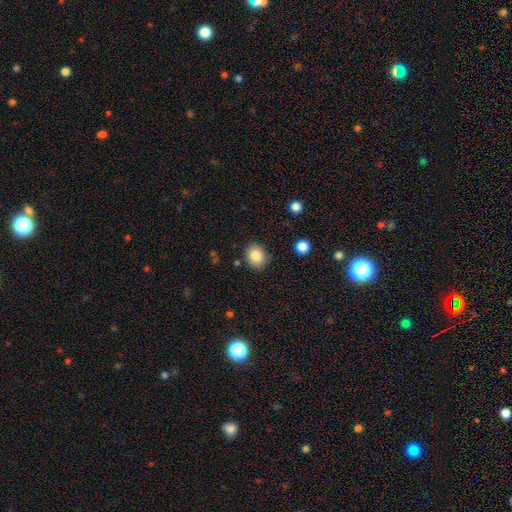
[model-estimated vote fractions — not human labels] Smooth or featured: smooth — 85% (star or artifact — 9%)
How rounded: round — 58% (in between — 41%)
Merging: none — 84% (minor disturbance — 11%)